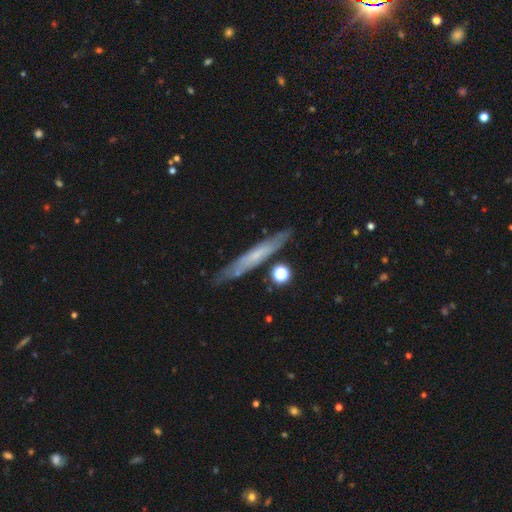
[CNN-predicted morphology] This appears to be a featured or disk galaxy (54%) viewed edge-on (81%). Merging: none (81%).